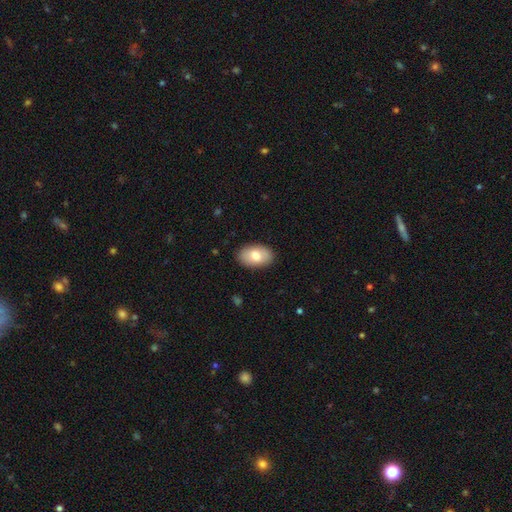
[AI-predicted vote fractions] A smooth galaxy with no disk features (78%) that is in between round and cigar-shaped (92%).

Vote fractions:
- Smooth or featured? smooth: 78% / featured or disk: 16% / star or artifact: 6%
- How rounded? in between: 92% / round: 6% / cigar-shaped: 1%
- Merging? none: 88% / minor disturbance: 9% / major disturbance: 2% / merger: 1%